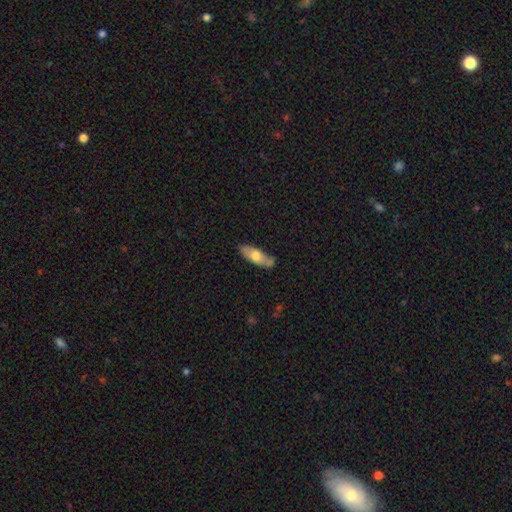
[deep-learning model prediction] Smooth or featured?
  - smooth: 67% *
  - featured or disk: 27%
  - star or artifact: 6%
How rounded?
  - in between: 65% *
  - cigar-shaped: 32%
  - round: 2%
Merging?
  - none: 68% *
  - minor disturbance: 20%
  - merger: 8%
  - major disturbance: 4%